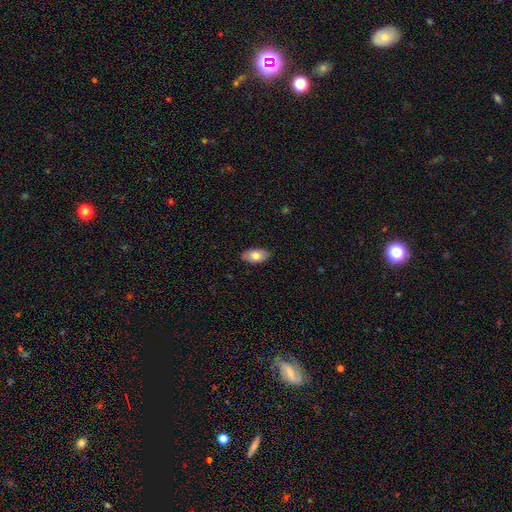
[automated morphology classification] Overall: smooth (78%). How rounded: in between (93%). Merging: none (86%).